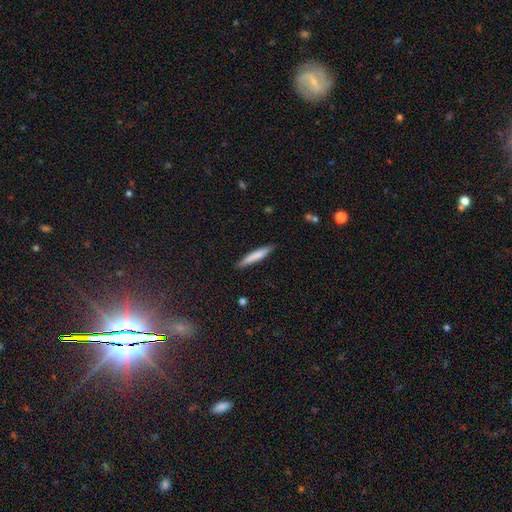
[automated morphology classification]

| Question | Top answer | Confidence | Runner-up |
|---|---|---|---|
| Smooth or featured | smooth | 75% | featured or disk (19%) |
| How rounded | cigar-shaped | 93% | in between (5%) |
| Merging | none | 88% | minor disturbance (9%) |